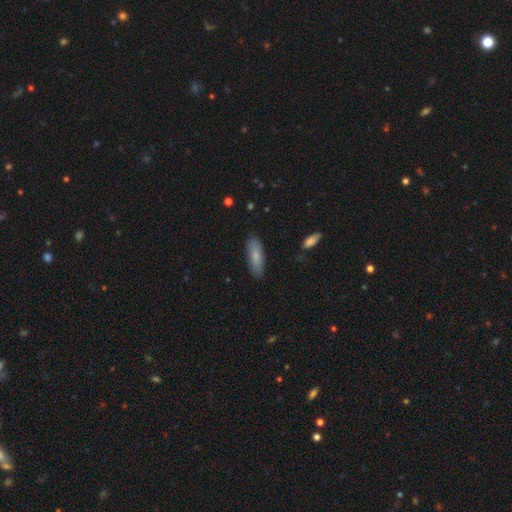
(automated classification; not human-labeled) Smooth or featured? smooth (77%)
How rounded? in between (58%)
Merging? none (85%)